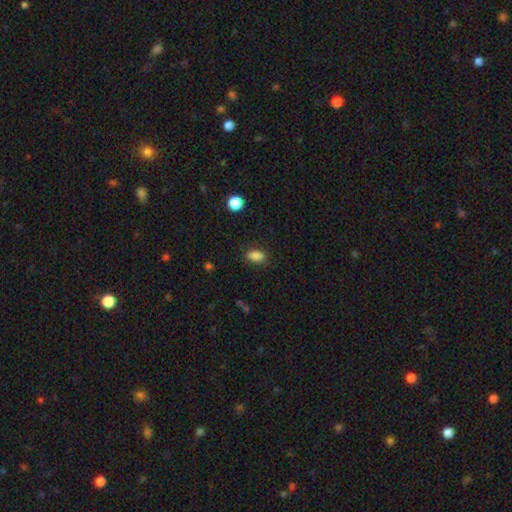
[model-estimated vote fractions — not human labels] Smooth or featured? smooth (86%)
How rounded? in between (87%)
Merging? none (84%)